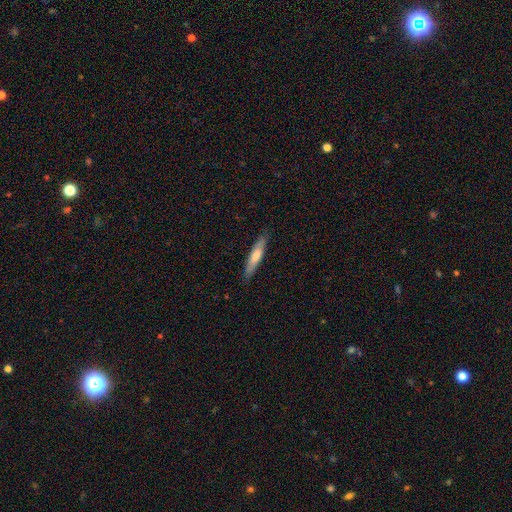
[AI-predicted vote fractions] smooth_or_featured: smooth (p=0.66) [alt: featured or disk p=0.29]
how_rounded: cigar-shaped (p=0.86) [alt: in between p=0.13]
merging: none (p=0.85) [alt: minor disturbance p=0.11]